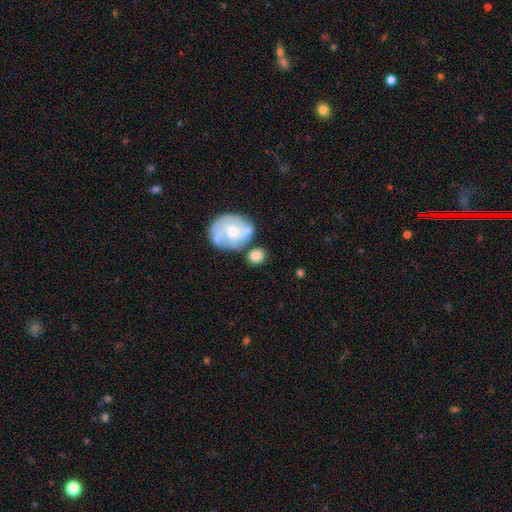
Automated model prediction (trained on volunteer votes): Smooth or featured: smooth — 71% (featured or disk — 23%)
How rounded: round — 70% (in between — 28%)
Merging: none — 57% (merger — 19%)